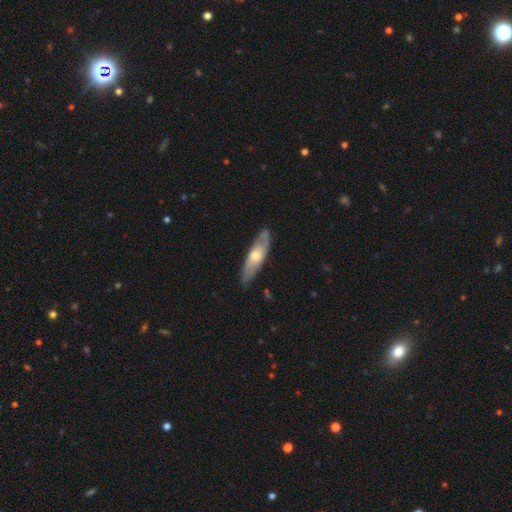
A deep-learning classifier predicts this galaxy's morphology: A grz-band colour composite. It shows a featured or disk galaxy (55%). Merging: none (81%).